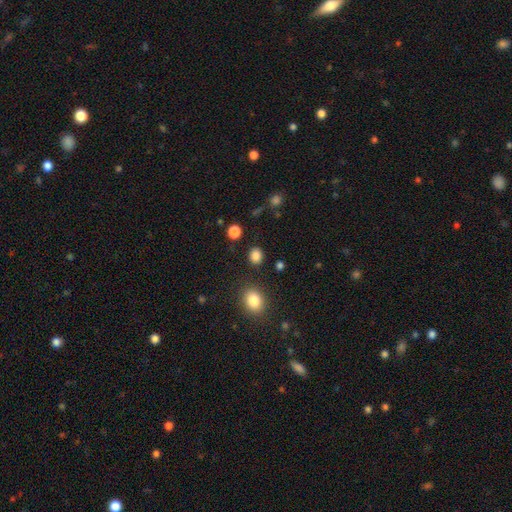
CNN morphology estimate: smooth-or-featured: smooth: 85% | star or artifact: 11% | featured or disk: 3%
  how-rounded: round: 63% | in between: 36% | cigar-shaped: 1%
  merging: none: 86% | minor disturbance: 8% | major disturbance: 3% | merger: 3%